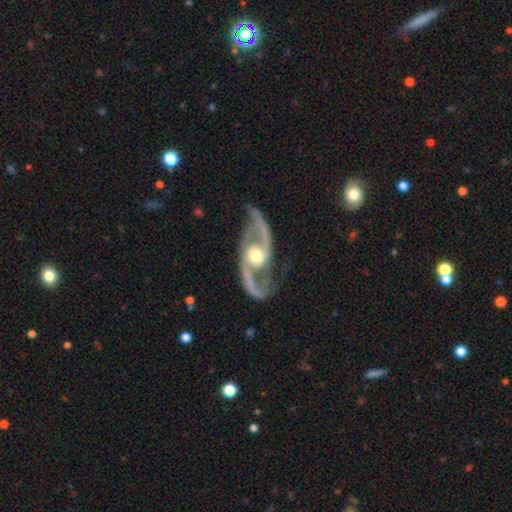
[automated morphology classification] This is clearly a featured or disk galaxy (93%). It is clearly not viewed edge-on (96%). Bar: likely no (60%). Spiral arm pattern: clearly yes (96%). Spiral arm count: clearly 2 (94%). Spiral winding: possibly medium (47%). Central bulge: likely moderate (74%). Merging: likely none (74%).